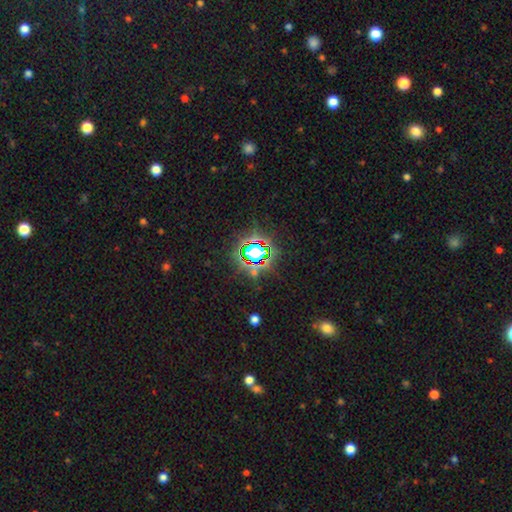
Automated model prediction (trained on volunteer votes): This appears to be a star or artifact, not a galaxy (79%).